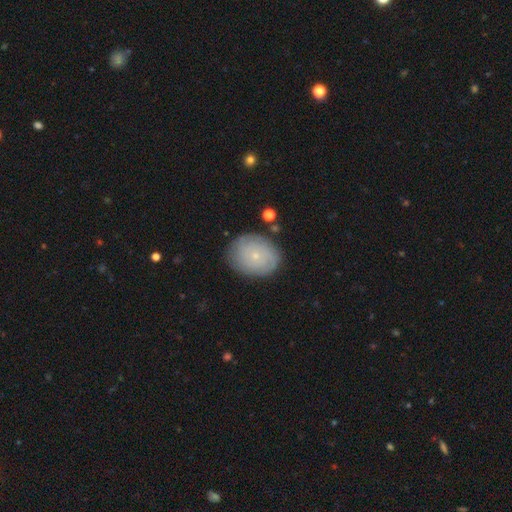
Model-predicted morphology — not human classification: Overall: featured or disk (49%; smooth 43%). Merging: none (80%).